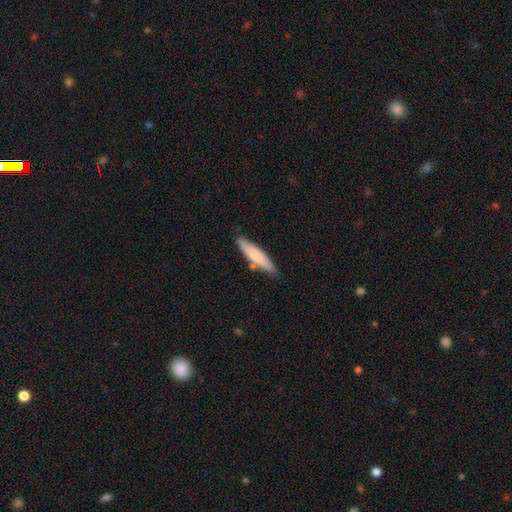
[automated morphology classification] smooth_or_featured: smooth (p=0.70) [alt: featured or disk p=0.24]
how_rounded: cigar-shaped (p=0.72) [alt: in between p=0.26]
merging: none (p=0.75) [alt: minor disturbance p=0.16]